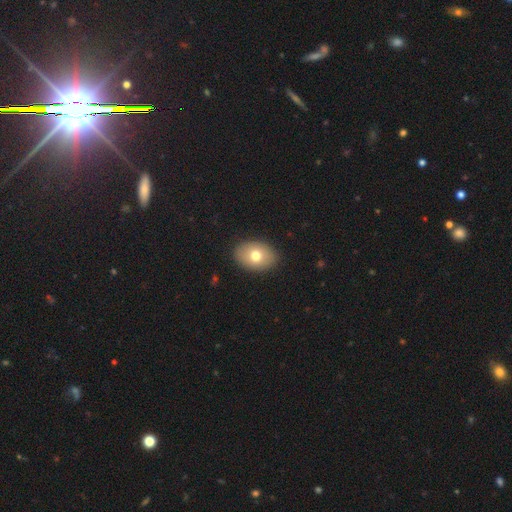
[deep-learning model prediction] Smooth or featured: smooth — 73% (featured or disk — 19%)
How rounded: in between — 80% (round — 19%)
Merging: none — 88% (minor disturbance — 8%)